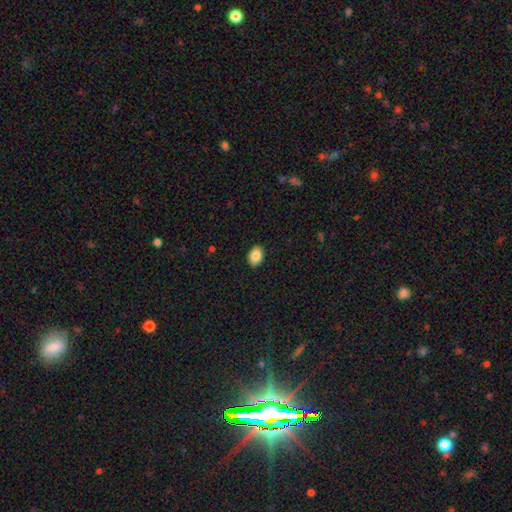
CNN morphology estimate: Smooth or featured? Predicted: smooth (p=0.87). How rounded? Predicted: in between (p=0.83). Merging? Predicted: none (p=0.90).